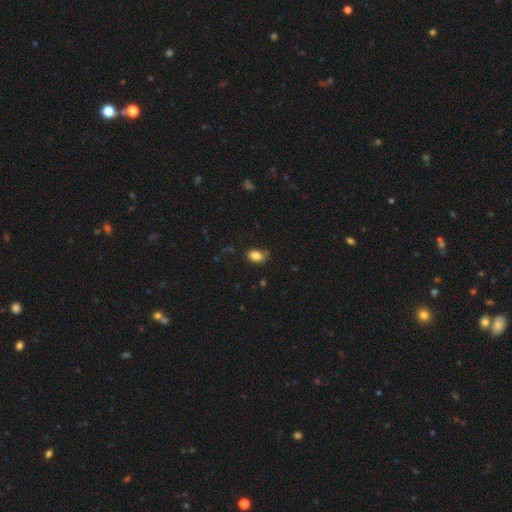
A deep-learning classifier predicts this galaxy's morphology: Smooth or featured? smooth (86%)
How rounded? in between (84%)
Merging? none (75%)